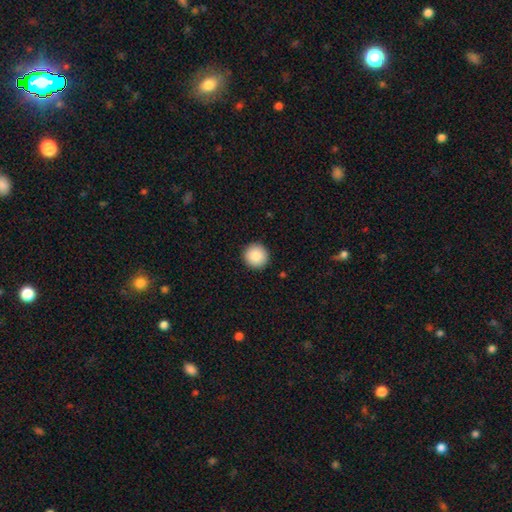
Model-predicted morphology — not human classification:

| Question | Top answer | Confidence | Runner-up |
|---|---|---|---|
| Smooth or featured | smooth | 88% | star or artifact (8%) |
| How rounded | round | 95% | in between (4%) |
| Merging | none | 93% | minor disturbance (5%) |